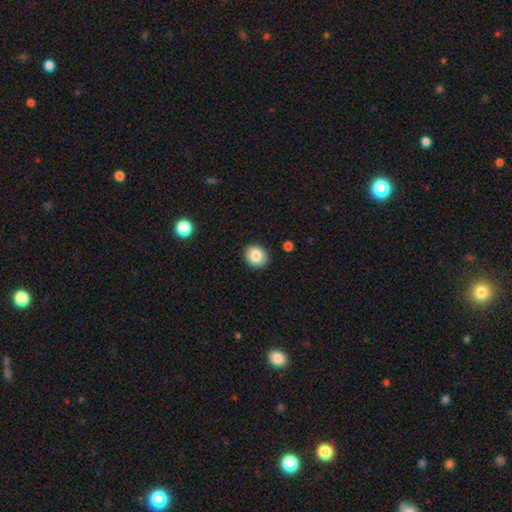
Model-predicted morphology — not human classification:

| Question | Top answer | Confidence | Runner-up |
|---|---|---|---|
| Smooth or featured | smooth | 83% | star or artifact (8%) |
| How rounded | round | 63% | in between (36%) |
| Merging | none | 89% | minor disturbance (7%) |